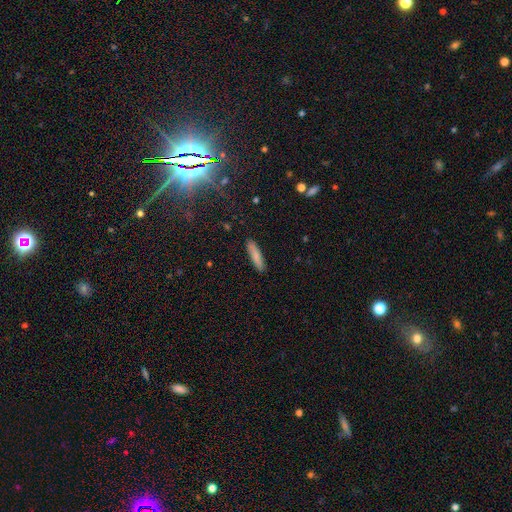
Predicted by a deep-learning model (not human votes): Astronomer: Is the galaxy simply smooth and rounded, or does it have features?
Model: smooth — 82%.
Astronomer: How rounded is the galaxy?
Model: cigar-shaped — 79%.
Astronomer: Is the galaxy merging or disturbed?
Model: none — 89%.